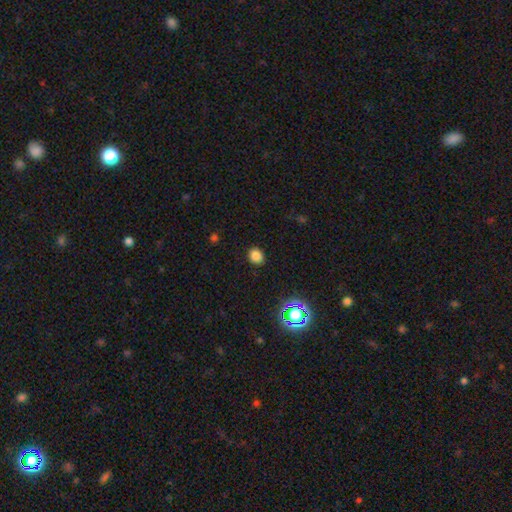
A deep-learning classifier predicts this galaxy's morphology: type=smooth (80%); roundness=round (67%); merging=none (89%).